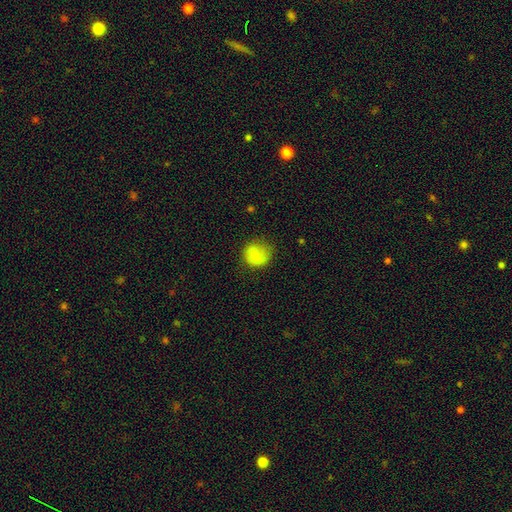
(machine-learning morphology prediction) smooth_or_featured: smooth (p=0.73) [alt: featured or disk p=0.17]
how_rounded: round (p=0.71) [alt: in between p=0.27]
merging: none (p=0.67) [alt: minor disturbance p=0.21]